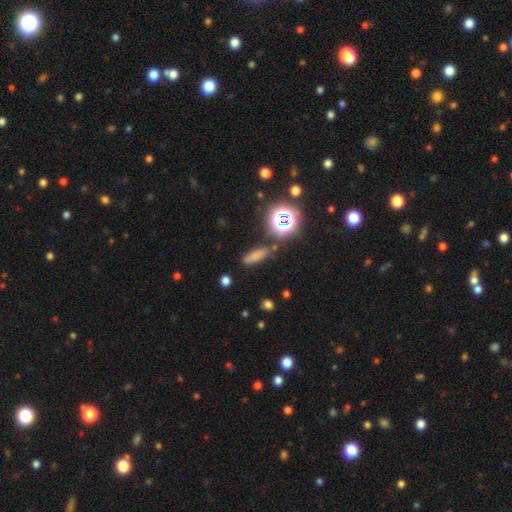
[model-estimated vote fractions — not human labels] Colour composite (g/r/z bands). It shows a smooth galaxy with no disk features (70%) that is cigar-shaped (54%). Merging: none (77%).